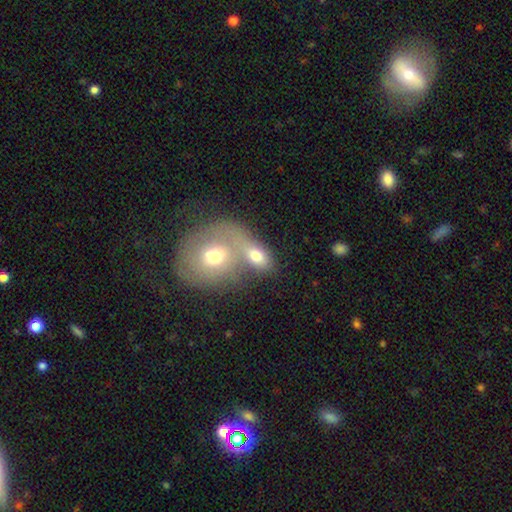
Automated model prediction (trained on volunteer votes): Smooth or featured: smooth — 68% (featured or disk — 22%)
How rounded: in between — 61% (round — 36%)
Merging: merger — 56% (none — 29%)